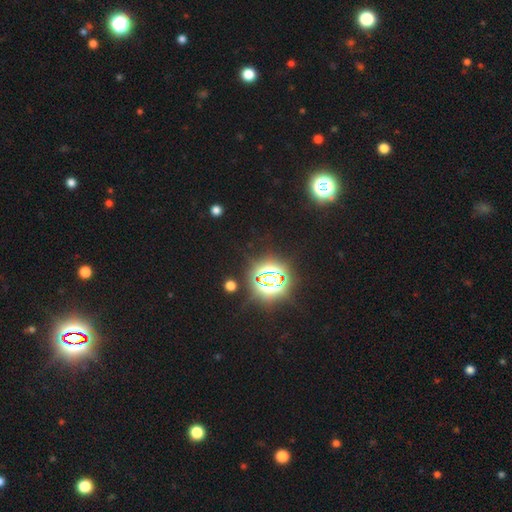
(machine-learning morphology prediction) This appears to be a star or artifact, not a galaxy (84%).